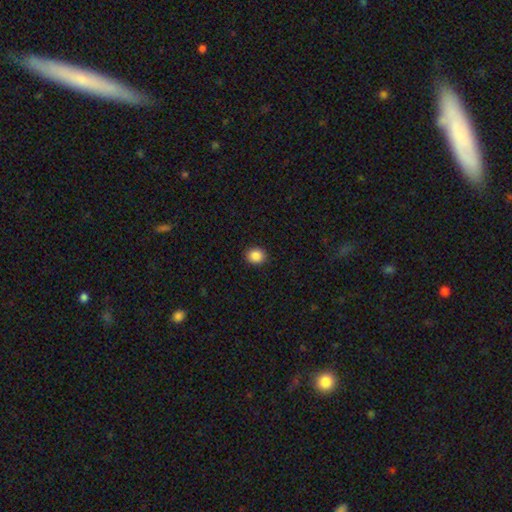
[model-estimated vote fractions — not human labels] Q: Smooth or featured?
A: smooth (88%); runner-up: star or artifact (9%)
Q: How rounded?
A: round (75%); runner-up: in between (24%)
Q: Merging?
A: none (91%); runner-up: minor disturbance (6%)